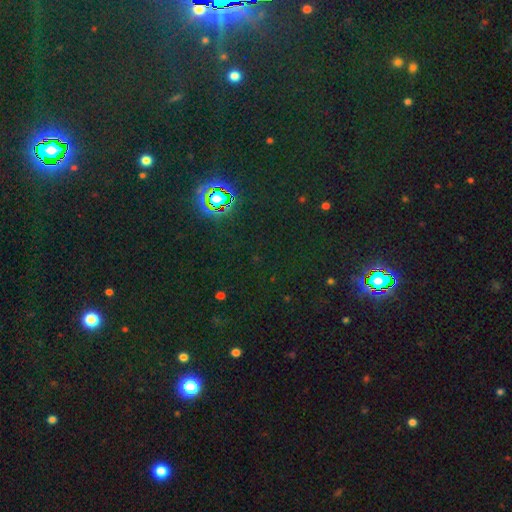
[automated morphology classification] The model was most divided on "smooth or featured": star or artifact: 80%, smooth: 13%, featured or disk: 7%.